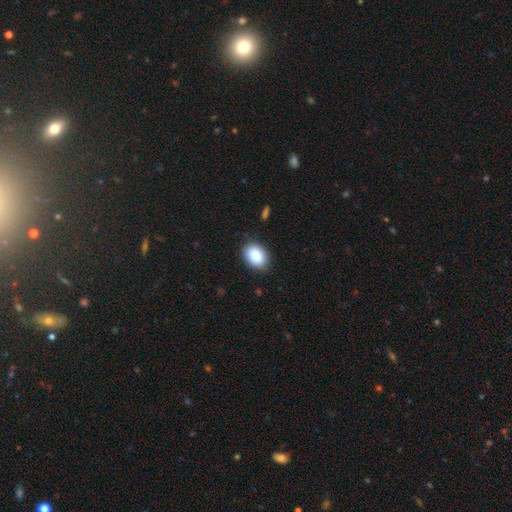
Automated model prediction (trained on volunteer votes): smooth 88%, star or artifact 7%, featured or disk 5%. Down the decision tree: how rounded — in between (80%); merging — none (84%).